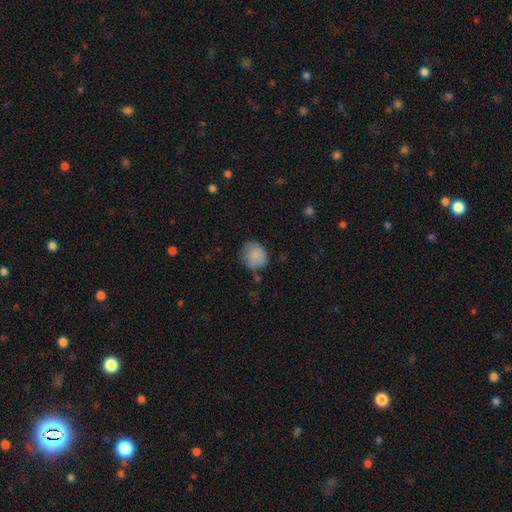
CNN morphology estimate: Smooth or featured? Predicted: smooth (p=0.83). How rounded? Predicted: round (p=0.79). Merging? Predicted: none (p=0.65).